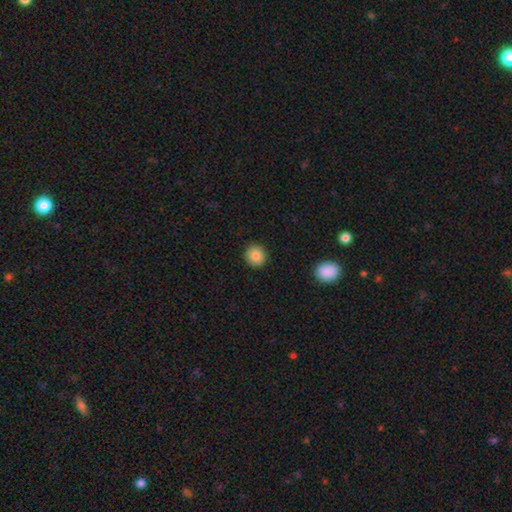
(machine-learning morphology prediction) A smooth galaxy with no disk features (85%) that is round (94%).

Vote fractions:
- Smooth or featured? smooth: 85% / star or artifact: 9% / featured or disk: 6%
- How rounded? round: 94% / in between: 5% / cigar-shaped: 1%
- Merging? none: 92% / minor disturbance: 5% / major disturbance: 2% / merger: 1%